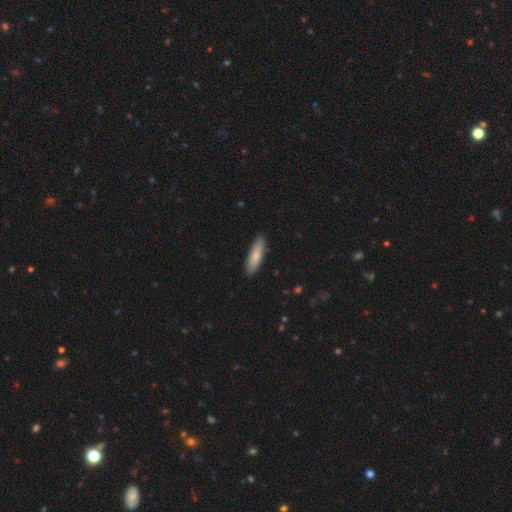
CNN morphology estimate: A smooth galaxy with no disk features (79%) that is cigar-shaped (58%).

Vote fractions:
- Smooth or featured? smooth: 79% / featured or disk: 16% / star or artifact: 5%
- How rounded? cigar-shaped: 58% / in between: 40% / round: 2%
- Merging? none: 89% / minor disturbance: 9% / major disturbance: 2% / merger: 1%